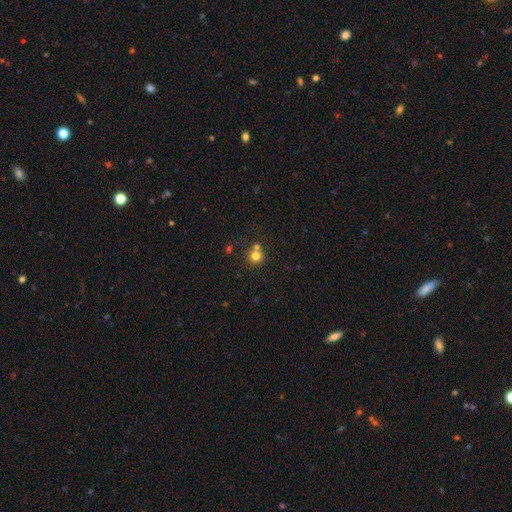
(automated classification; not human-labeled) Q: Smooth or featured?
A: smooth (78%); runner-up: star or artifact (14%)
Q: How rounded?
A: round (92%); runner-up: in between (8%)
Q: Merging?
A: none (62%); runner-up: merger (28%)